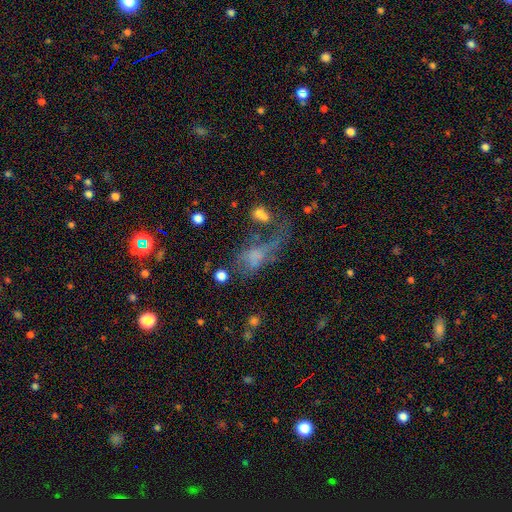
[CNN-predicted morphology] This is possibly a smooth galaxy (45%). Merging: possibly major disturbance (45%).